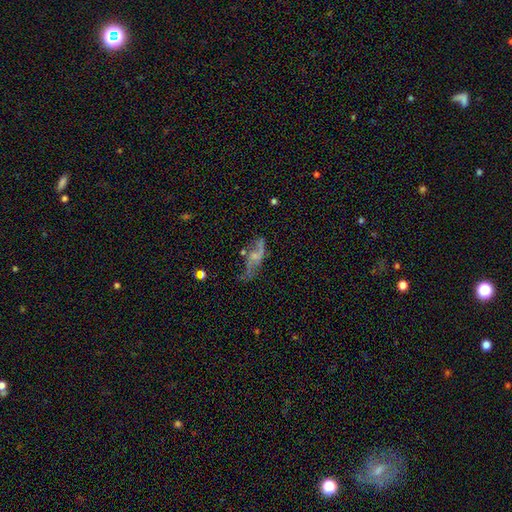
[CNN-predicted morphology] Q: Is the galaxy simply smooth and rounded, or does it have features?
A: featured or disk — 56%.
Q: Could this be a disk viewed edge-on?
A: no — 81%.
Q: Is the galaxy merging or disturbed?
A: none — 41%.